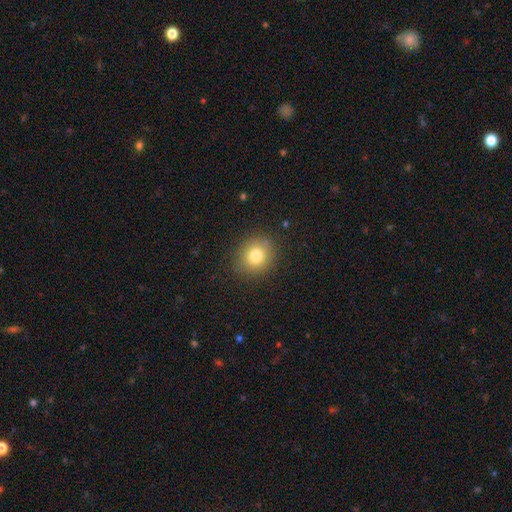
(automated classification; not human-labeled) The model was most divided on "how rounded": round: 83%, in between: 16%, cigar-shaped: 1%. More confident: merging — none (86%); smooth or featured — smooth (79%).